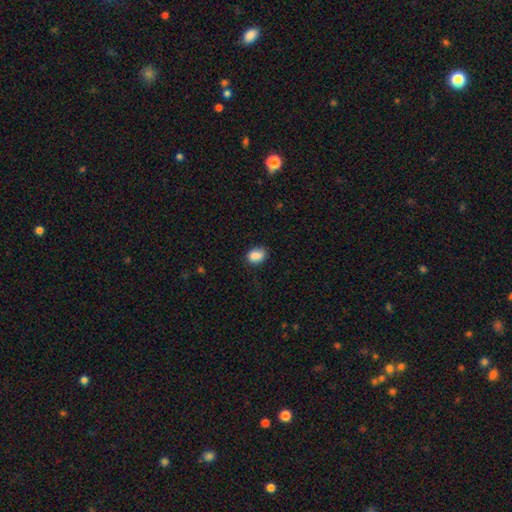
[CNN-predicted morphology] The model was most divided on "how rounded": in between: 71%, round: 28%, cigar-shaped: 1%. More confident: smooth or featured — smooth (88%); merging — none (81%).